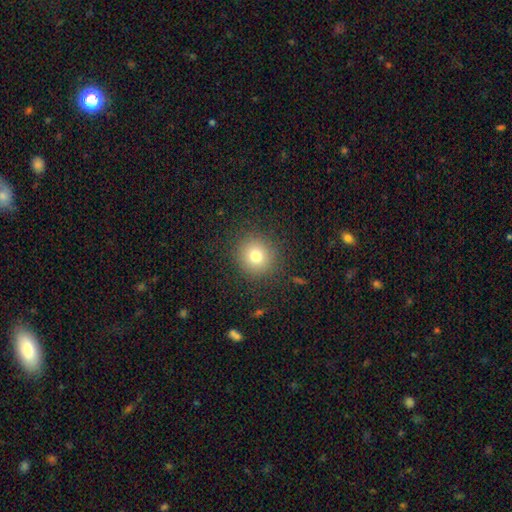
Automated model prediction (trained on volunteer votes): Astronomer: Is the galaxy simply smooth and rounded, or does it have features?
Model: smooth — 77%.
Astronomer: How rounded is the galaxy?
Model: round — 91%.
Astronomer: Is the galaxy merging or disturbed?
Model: none — 89%.